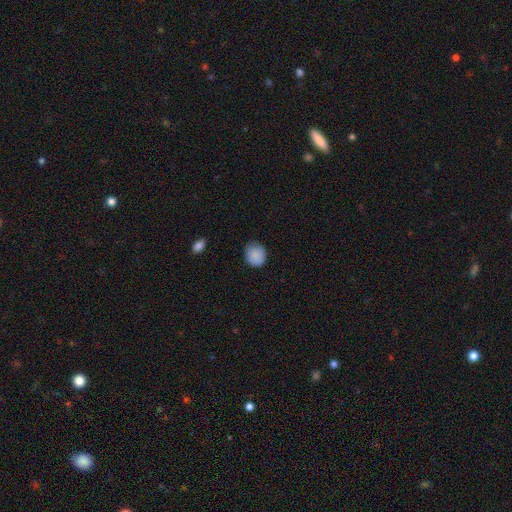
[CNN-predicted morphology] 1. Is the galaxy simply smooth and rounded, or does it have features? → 87% smooth, 8% star or artifact, 5% featured or disk.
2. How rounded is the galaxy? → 74% round, 25% in between, 1% cigar-shaped.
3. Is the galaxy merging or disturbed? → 74% none, 21% minor disturbance, 4% major disturbance, 1% merger.